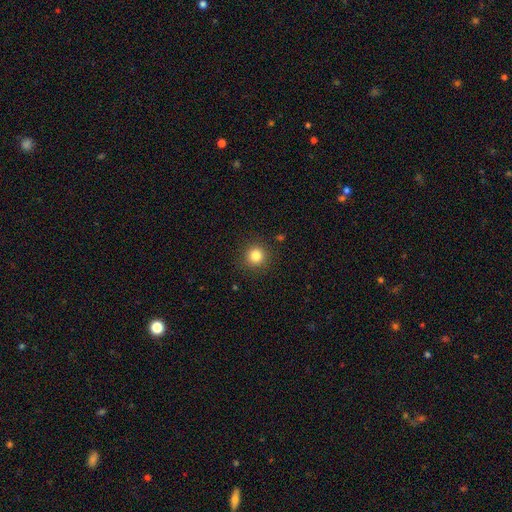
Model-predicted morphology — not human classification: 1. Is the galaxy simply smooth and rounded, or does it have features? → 83% smooth, 12% star or artifact, 5% featured or disk.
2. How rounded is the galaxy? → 94% round, 6% in between, 1% cigar-shaped.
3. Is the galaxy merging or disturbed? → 90% none, 7% minor disturbance, 2% major disturbance, 1% merger.